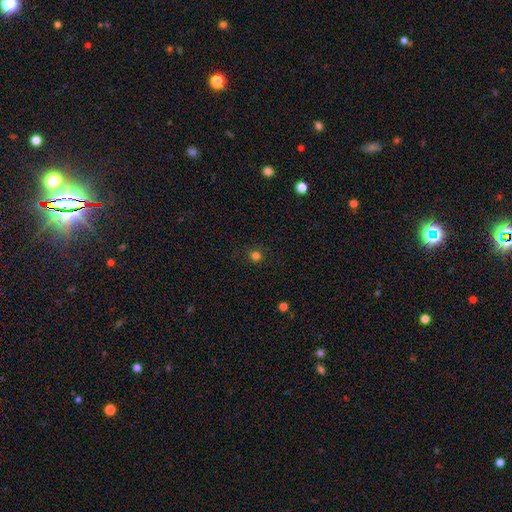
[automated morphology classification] Overall: smooth (78%). How rounded: round (93%). Merging: none (88%).